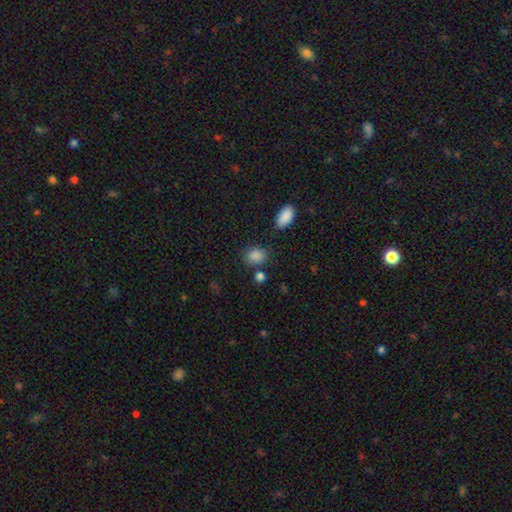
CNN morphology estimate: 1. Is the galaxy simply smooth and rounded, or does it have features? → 86% smooth, 10% star or artifact, 4% featured or disk.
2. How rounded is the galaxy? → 59% in between, 40% round, 1% cigar-shaped.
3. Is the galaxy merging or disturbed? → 74% none, 14% minor disturbance, 7% merger, 4% major disturbance.